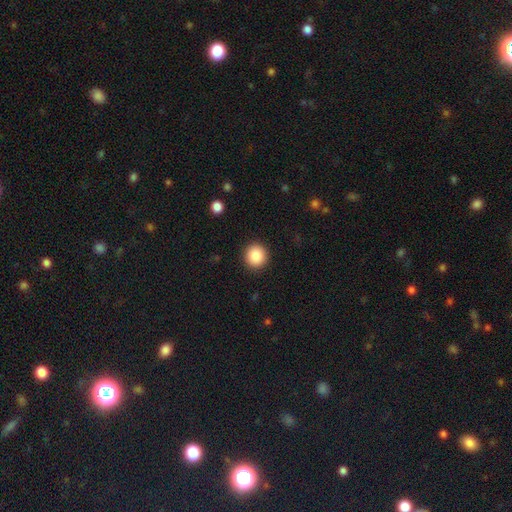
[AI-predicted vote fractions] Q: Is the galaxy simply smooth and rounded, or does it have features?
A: smooth — 87%.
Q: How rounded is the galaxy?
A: round — 93%.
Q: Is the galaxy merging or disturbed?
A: none — 92%.